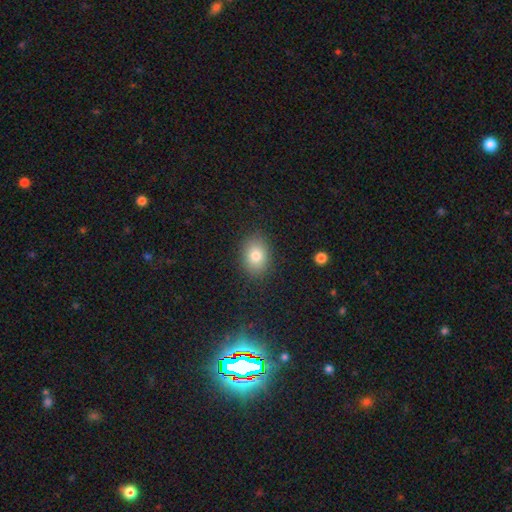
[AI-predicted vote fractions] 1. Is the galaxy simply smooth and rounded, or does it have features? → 80% smooth, 10% star or artifact, 10% featured or disk.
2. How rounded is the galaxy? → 66% in between, 33% round, 1% cigar-shaped.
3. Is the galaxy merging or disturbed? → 87% none, 9% minor disturbance, 3% major disturbance, 1% merger.